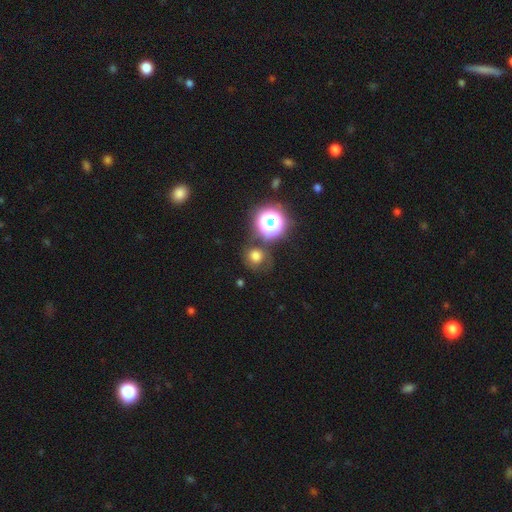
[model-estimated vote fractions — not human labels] smooth_or_featured: smooth (p=0.67) [alt: star or artifact p=0.21]
how_rounded: round (p=0.87) [alt: in between p=0.12]
merging: none (p=0.69) [alt: minor disturbance p=0.14]